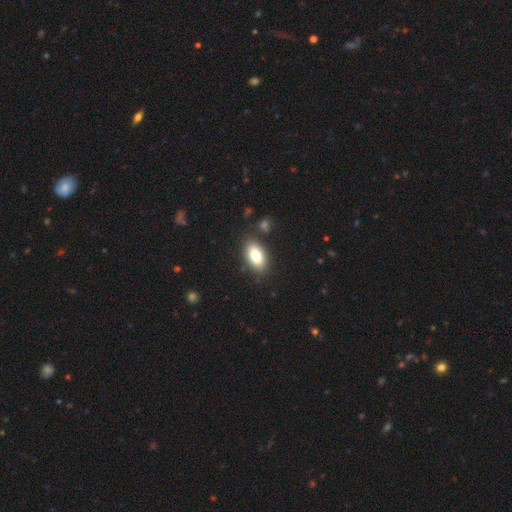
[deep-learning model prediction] Overall: smooth (80%). How rounded: in between (91%). Merging: none (84%).